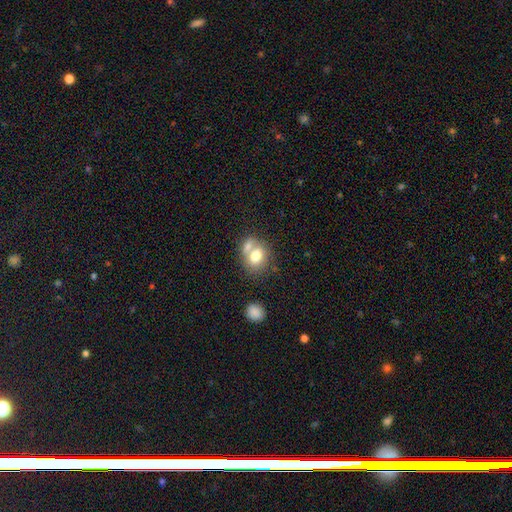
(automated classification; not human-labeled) Overall: smooth (73%). How rounded: round (50%; in between 49%). Merging: merger (46%; none 38%).